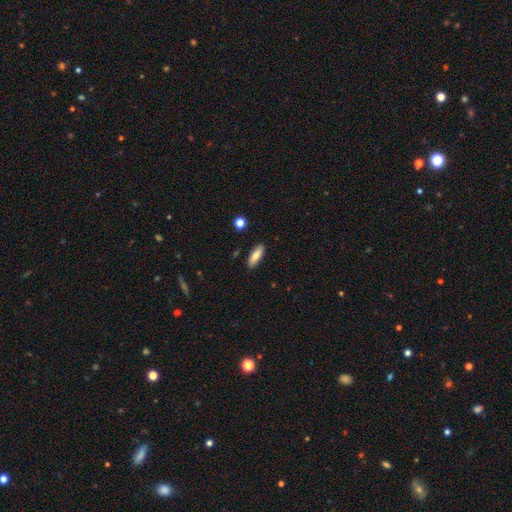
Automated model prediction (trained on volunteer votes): smooth_or_featured: smooth (p=0.79) [alt: featured or disk p=0.14]
how_rounded: in between (p=0.61) [alt: cigar-shaped p=0.37]
merging: none (p=0.88) [alt: minor disturbance p=0.09]